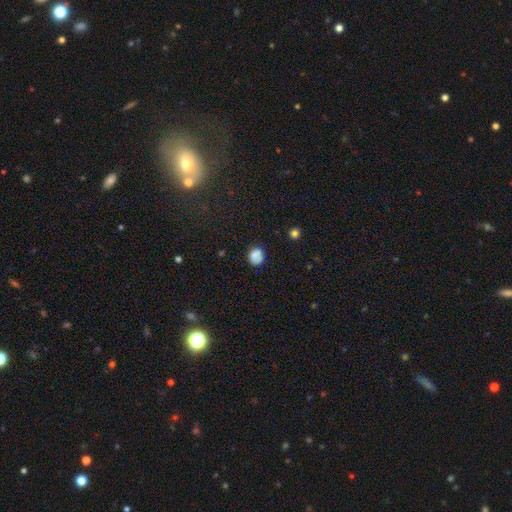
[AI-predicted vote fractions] smooth_or_featured: smooth (p=0.83) [alt: star or artifact p=0.10]
how_rounded: round (p=0.76) [alt: in between p=0.23]
merging: none (p=0.75) [alt: minor disturbance p=0.18]